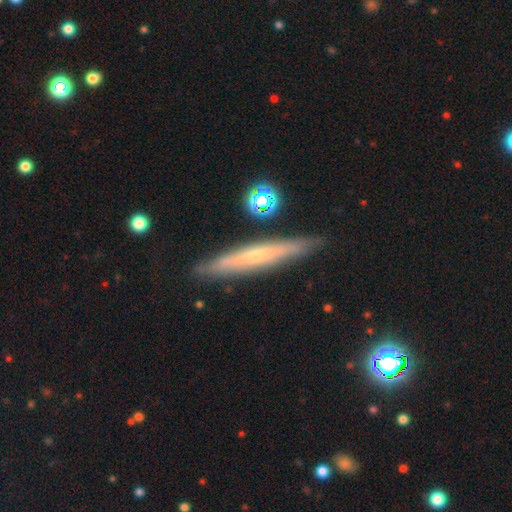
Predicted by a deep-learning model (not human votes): smooth-or-featured: featured or disk: 56% | smooth: 36% | star or artifact: 7%
  disk-edge-on: yes: 89% | no: 11%
    edge-on-bulge: none: 56% | rounded: 37% | boxy: 6%
  merging: none: 86% | minor disturbance: 10% | merger: 2% | major disturbance: 2%